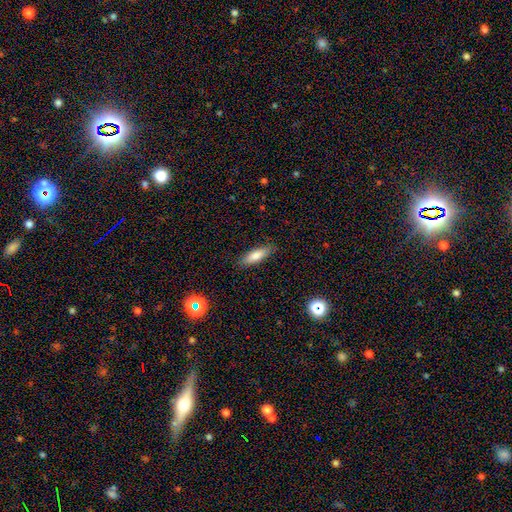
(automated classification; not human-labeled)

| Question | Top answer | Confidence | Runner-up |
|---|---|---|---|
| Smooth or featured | smooth | 78% | featured or disk (14%) |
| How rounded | in between | 49% | tied: cigar-shaped (49%) |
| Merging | none | 86% | minor disturbance (10%) |